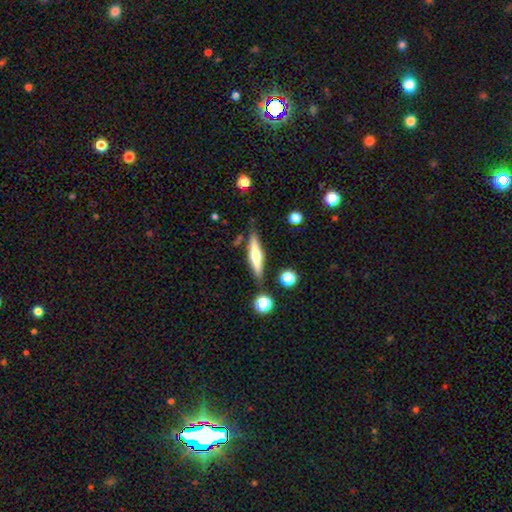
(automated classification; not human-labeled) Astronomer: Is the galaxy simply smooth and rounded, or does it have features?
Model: featured or disk — 47% (runner-up: smooth, 46%).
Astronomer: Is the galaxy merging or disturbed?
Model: none — 82%.